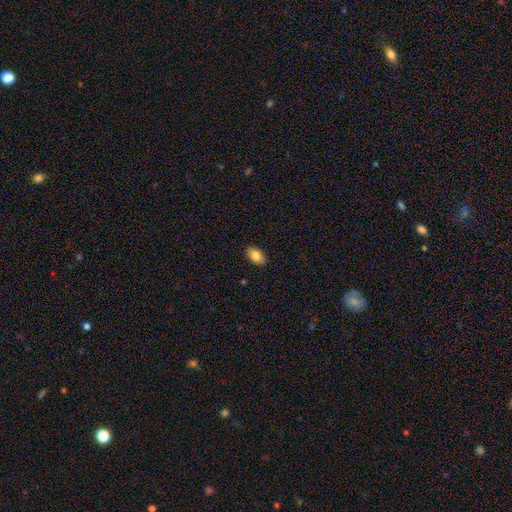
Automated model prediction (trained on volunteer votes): Smooth or featured?
  - smooth: 84% *
  - featured or disk: 8%
  - star or artifact: 7%
How rounded?
  - in between: 92% *
  - round: 7%
  - cigar-shaped: 1%
Merging?
  - none: 89% *
  - minor disturbance: 8%
  - major disturbance: 2%
  - merger: 1%